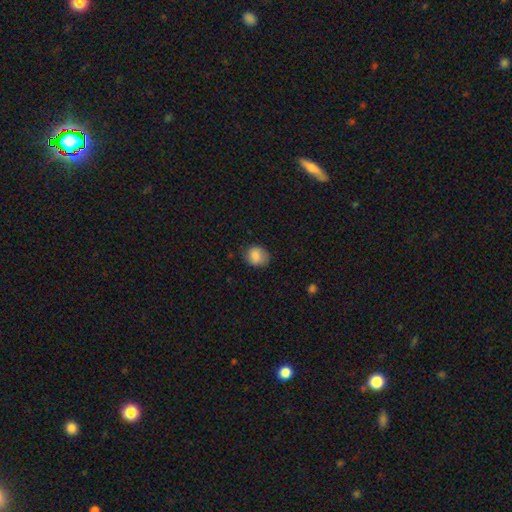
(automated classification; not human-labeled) A smooth galaxy with no disk features (84%) that is round (62%). Merging: none (70%).